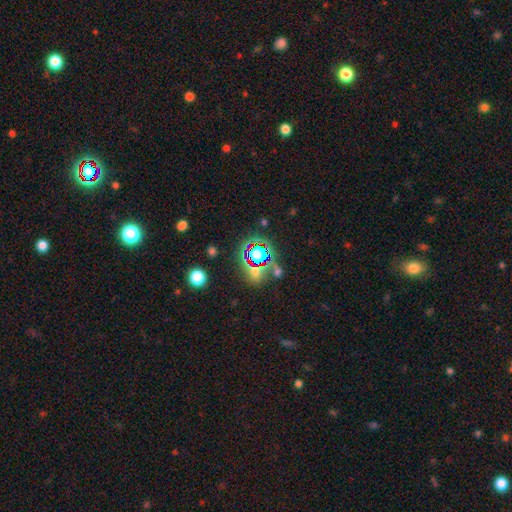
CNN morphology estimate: This appears to be a star or artifact, not a galaxy (61%).